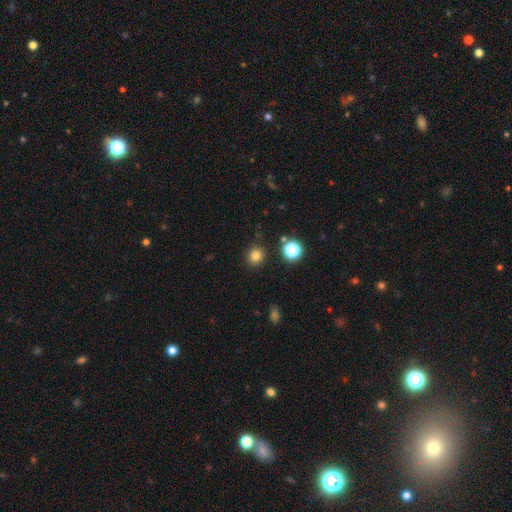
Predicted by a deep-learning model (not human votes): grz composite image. It shows a smooth galaxy with no disk features (80%) that is round (84%). Merging: none (88%).